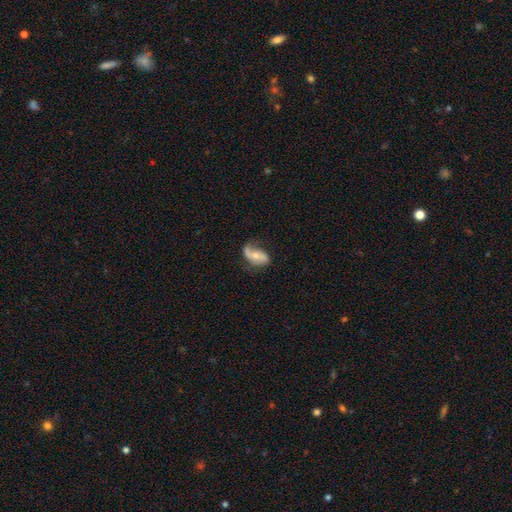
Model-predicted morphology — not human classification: Smooth or featured?
  - featured or disk: 62% *
  - smooth: 32%
  - star or artifact: 7%
Edge-on disk?
  - no: 95% *
  - yes: 5%
Bar?
  - no: 56% *
  - weak: 29%
  - strong: 15%
Spiral arms?
  - yes: 86% *
  - no: 14%
Spiral winding?
  - loose: 59% *
  - medium: 29%
  - tight: 12%
Spiral arm count?
  - 2: 71% *
  - 1: 21%
  - can't tell: 6%
  - 3: 1%
  - 4: 1%
  - more than 4: 1%
Bulge size?
  - moderate: 47% *
  - small: 45%
  - none: 4%
  - large: 3%
  - dominant: 1%
Merging?
  - none: 53% *
  - minor disturbance: 28%
  - major disturbance: 17%
  - merger: 2%